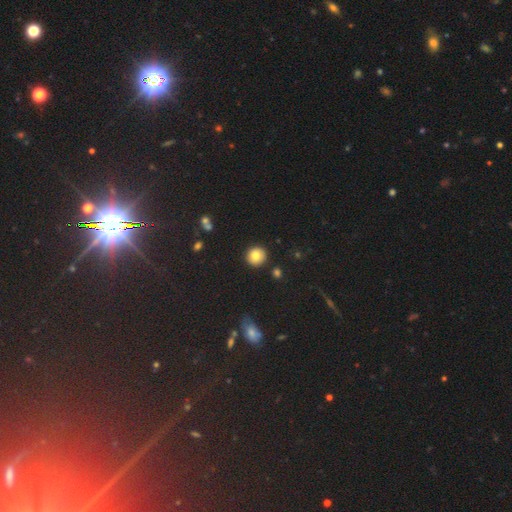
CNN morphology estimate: Overall: smooth (80%). How rounded: round (91%). Merging: none (90%).